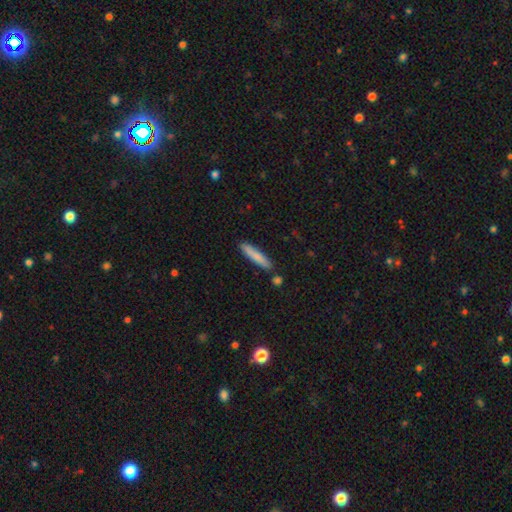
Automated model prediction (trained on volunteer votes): Smooth or featured? Predicted: smooth (p=0.79). How rounded? Predicted: cigar-shaped (p=0.90). Merging? Predicted: none (p=0.83).